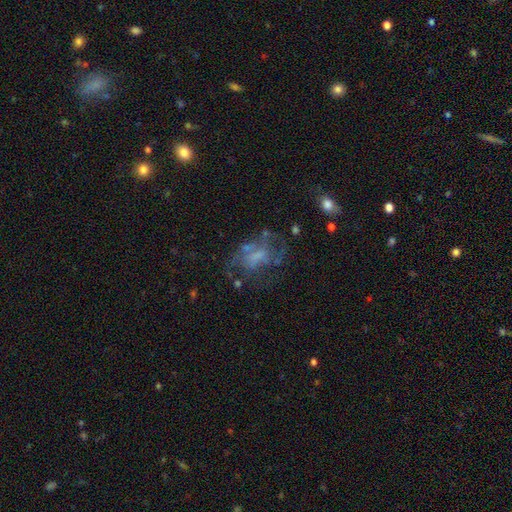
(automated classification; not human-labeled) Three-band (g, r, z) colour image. It shows a featured or disk galaxy (61%) with no bar (65%), spiral arms (50%, tied with no) and no central bulge (48%). Merging: none (43%).